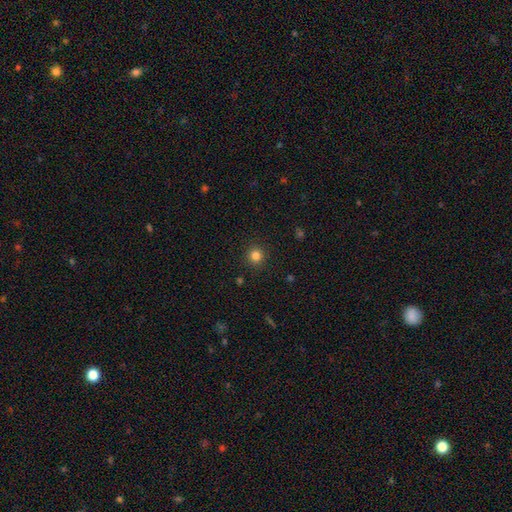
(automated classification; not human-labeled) A smooth galaxy with no disk features (82%) that is round (94%).

Vote fractions:
- Smooth or featured? smooth: 82% / star or artifact: 13% / featured or disk: 5%
- How rounded? round: 94% / in between: 5% / cigar-shaped: 1%
- Merging? none: 92% / minor disturbance: 5% / major disturbance: 2% / merger: 1%